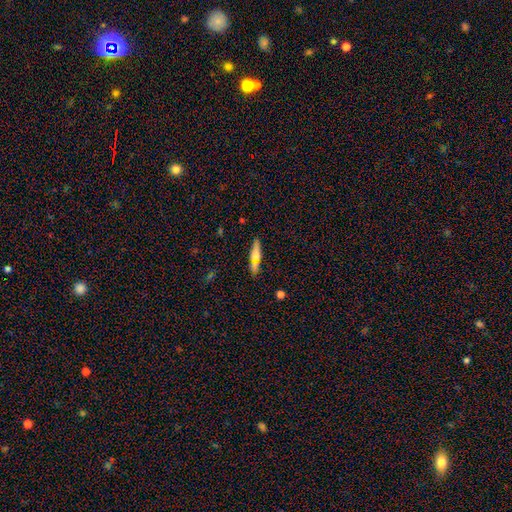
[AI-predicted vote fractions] The model was most divided on "smooth or featured": smooth: 55%, featured or disk: 35%, star or artifact: 10%. More confident: how rounded — cigar-shaped (77%); merging — none (65%).